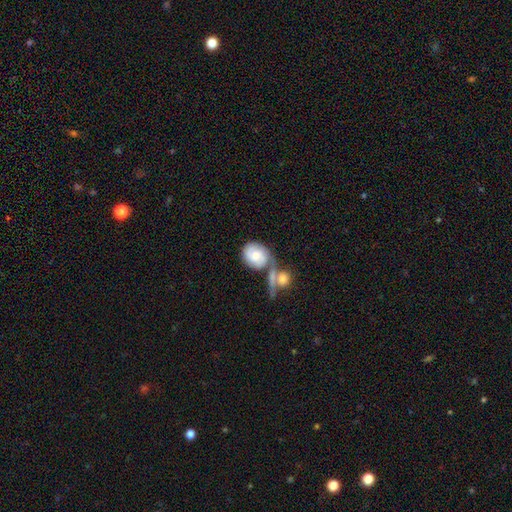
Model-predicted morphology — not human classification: The model was most divided on "smooth or featured": featured or disk: 49%, smooth: 44%, star or artifact: 7%. Remaining: merging — merger (41%).